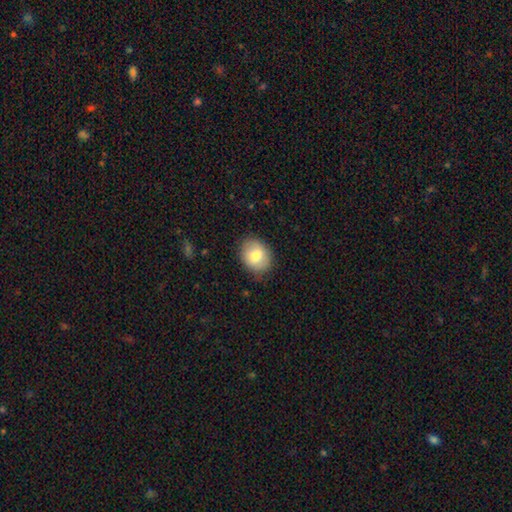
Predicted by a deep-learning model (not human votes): This appears to be a smooth galaxy with no disk features (78%) that is in between round and cigar-shaped (52%). Merging: none (82%).